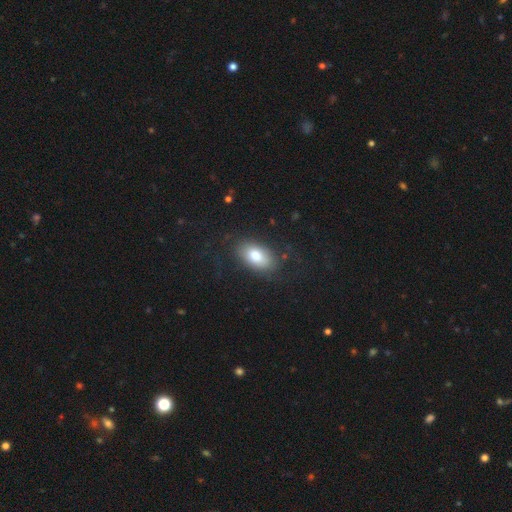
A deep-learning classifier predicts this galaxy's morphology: The model was most divided on "merging": none: 77%, minor disturbance: 14%, major disturbance: 7%, merger: 1%. More confident: how rounded — in between (92%); smooth or featured — smooth (78%).